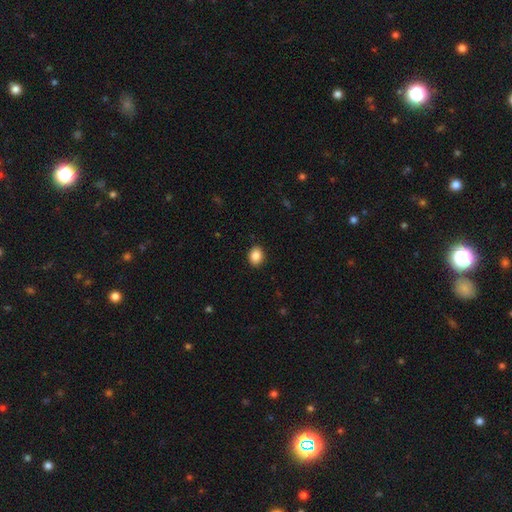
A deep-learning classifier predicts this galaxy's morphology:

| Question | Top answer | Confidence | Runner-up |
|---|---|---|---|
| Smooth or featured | smooth | 88% | star or artifact (8%) |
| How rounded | in between | 56% | round (43%) |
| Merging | none | 90% | minor disturbance (7%) |